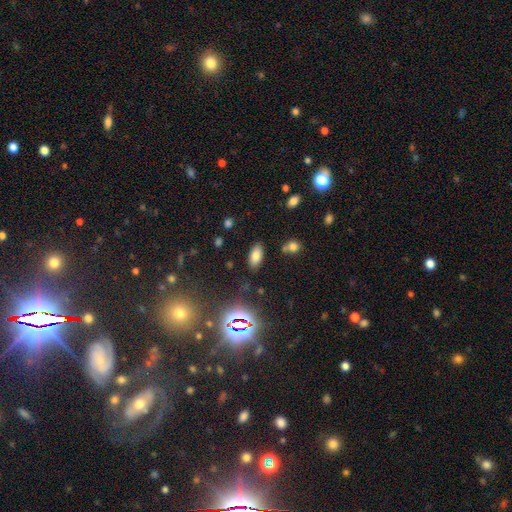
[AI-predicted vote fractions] Smooth or featured?
  - smooth: 74% *
  - star or artifact: 17%
  - featured or disk: 9%
How rounded?
  - in between: 91% *
  - cigar-shaped: 6%
  - round: 3%
Merging?
  - none: 83% *
  - minor disturbance: 10%
  - merger: 4%
  - major disturbance: 3%